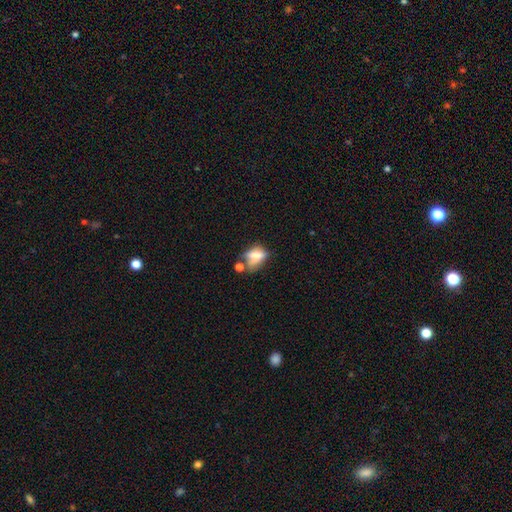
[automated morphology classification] smooth_or_featured: smooth (p=0.60) [alt: featured or disk p=0.29]
how_rounded: in between (p=0.70) [alt: round p=0.25]
merging: none (p=0.37) [alt: merger p=0.24]